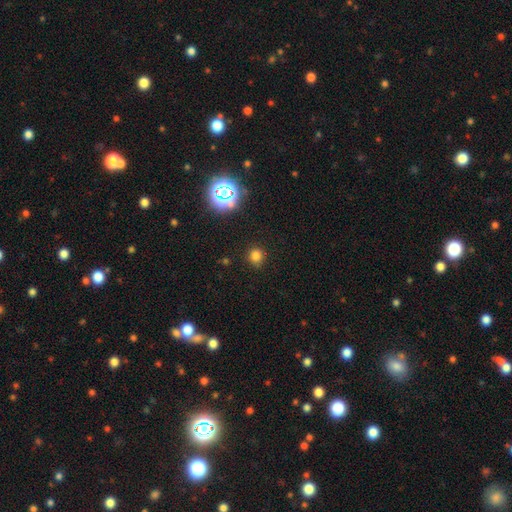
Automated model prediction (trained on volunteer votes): This appears to be a smooth galaxy with no disk features (75%) that is round (87%). Merging: none (86%).